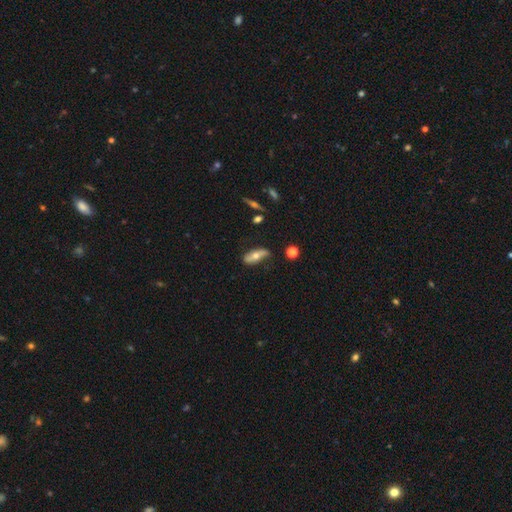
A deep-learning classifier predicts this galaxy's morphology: smooth-or-featured: smooth: 50% | featured or disk: 42% | star or artifact: 8%
  how-rounded: in between: 62% | cigar-shaped: 34% | round: 4%
  merging: none: 67% | minor disturbance: 24% | major disturbance: 6% | merger: 3%